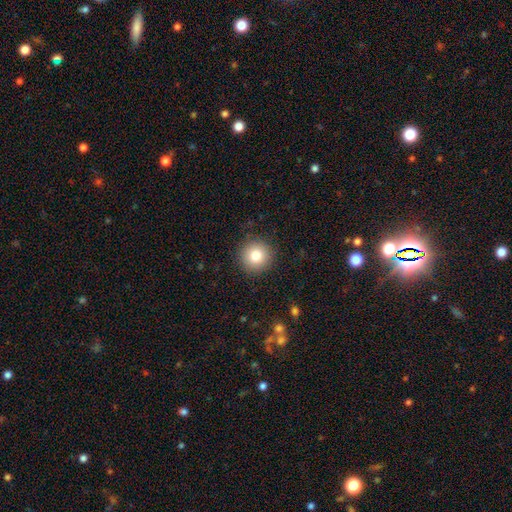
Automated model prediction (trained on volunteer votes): smooth-or-featured: smooth: 80% | star or artifact: 11% | featured or disk: 9%
  how-rounded: round: 95% | in between: 4% | cigar-shaped: 1%
  merging: none: 91% | minor disturbance: 6% | major disturbance: 2% | merger: 1%